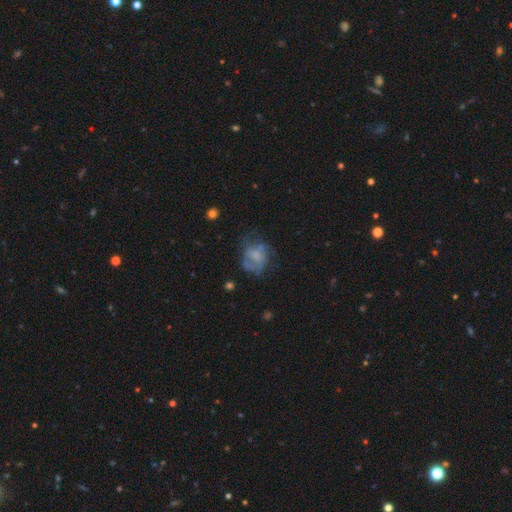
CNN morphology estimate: Smooth or featured: smooth — 46% (featured or disk — 42%)
Merging: none — 40% (major disturbance — 31%)